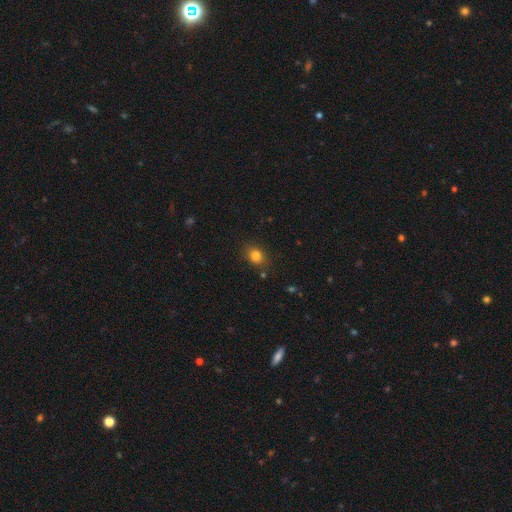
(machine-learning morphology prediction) Overall: smooth (81%). How rounded: round (50%; in between 49%). Merging: none (82%).